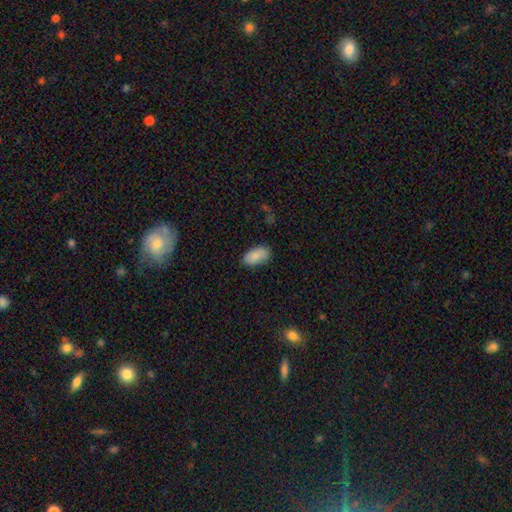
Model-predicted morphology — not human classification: type=smooth (89%); roundness=in between (94%); merging=none (86%).